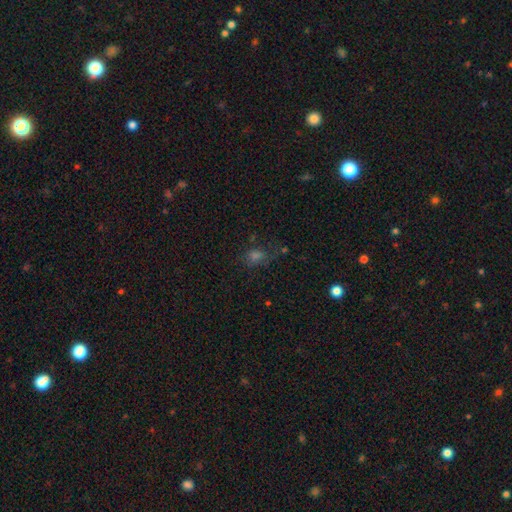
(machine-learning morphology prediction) This appears to be a smooth galaxy with no disk features (55%) that is in between round and cigar-shaped (58%). Merging: none (58%).